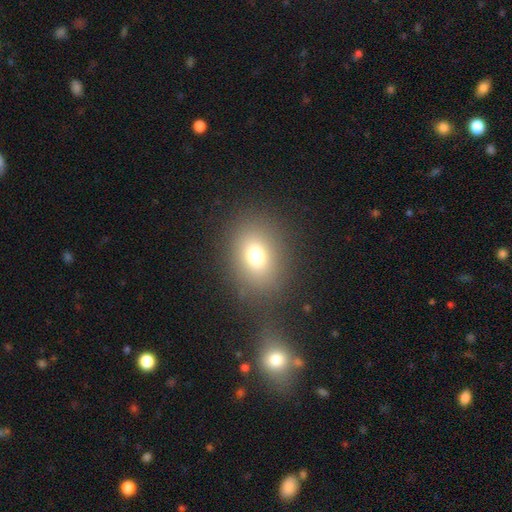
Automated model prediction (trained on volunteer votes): Q: Smooth or featured?
A: smooth (73%); runner-up: star or artifact (15%)
Q: How rounded?
A: in between (52%); runner-up: round (47%)
Q: Merging?
A: none (78%); runner-up: minor disturbance (10%)